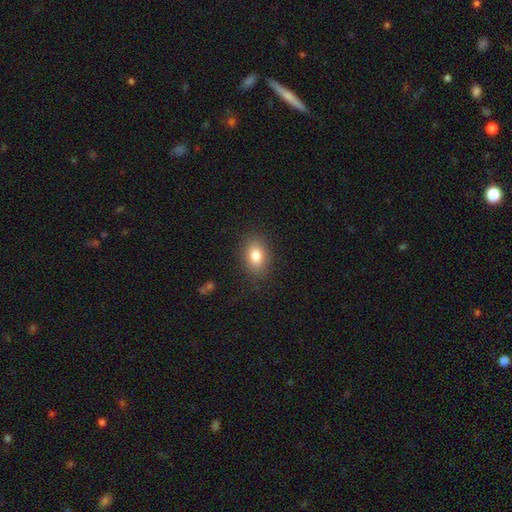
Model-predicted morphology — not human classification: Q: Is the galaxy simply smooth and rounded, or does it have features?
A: smooth — 82%.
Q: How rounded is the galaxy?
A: in between — 81%.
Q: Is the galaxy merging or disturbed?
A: none — 85%.